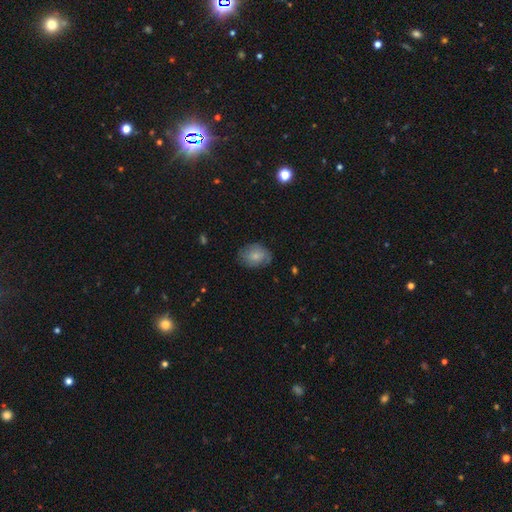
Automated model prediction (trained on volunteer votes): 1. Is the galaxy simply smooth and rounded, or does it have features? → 69% smooth, 24% featured or disk, 7% star or artifact.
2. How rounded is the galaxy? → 70% in between, 29% round, 1% cigar-shaped.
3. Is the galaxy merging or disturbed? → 70% none, 22% minor disturbance, 6% major disturbance, 1% merger.